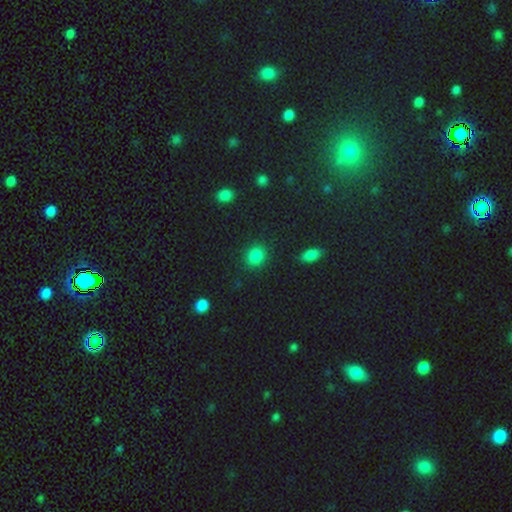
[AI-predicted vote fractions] Overall: smooth (83%). How rounded: round (68%; in between 31%). Merging: none (87%).